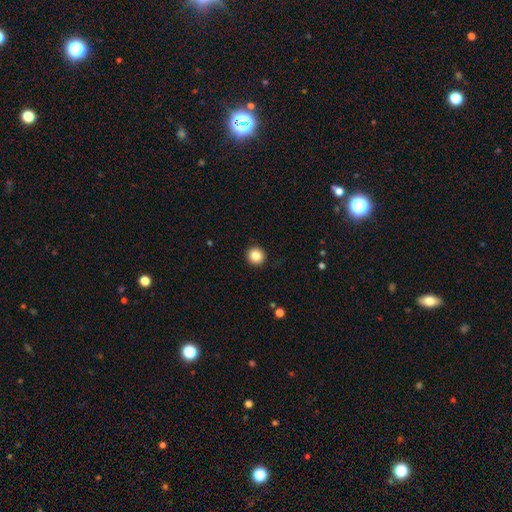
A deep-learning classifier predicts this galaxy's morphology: Overall: smooth (84%). How rounded: round (95%). Merging: none (93%).